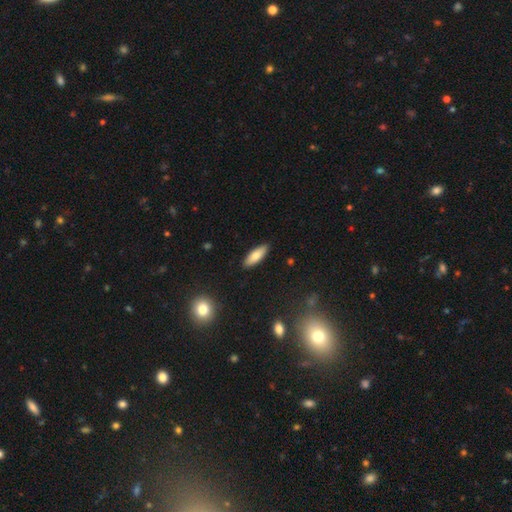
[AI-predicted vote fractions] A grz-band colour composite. It shows a smooth galaxy with no disk features (78%) that is in between round and cigar-shaped (63%). Merging: none (88%).